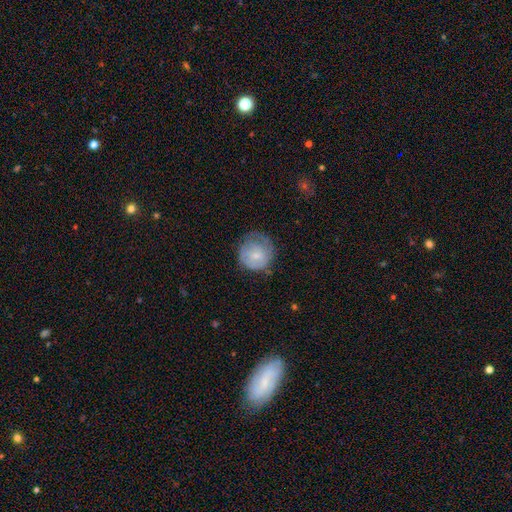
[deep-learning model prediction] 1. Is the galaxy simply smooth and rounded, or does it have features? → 61% smooth, 32% featured or disk, 7% star or artifact.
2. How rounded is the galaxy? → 88% round, 11% in between, 1% cigar-shaped.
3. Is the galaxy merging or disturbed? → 50% none, 31% minor disturbance, 17% major disturbance, 2% merger.